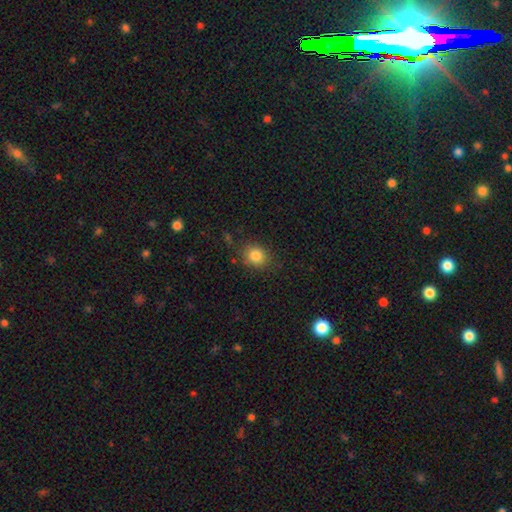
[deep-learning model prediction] This appears to be a smooth galaxy with no disk features (83%) that is round (64%). Merging: none (82%).